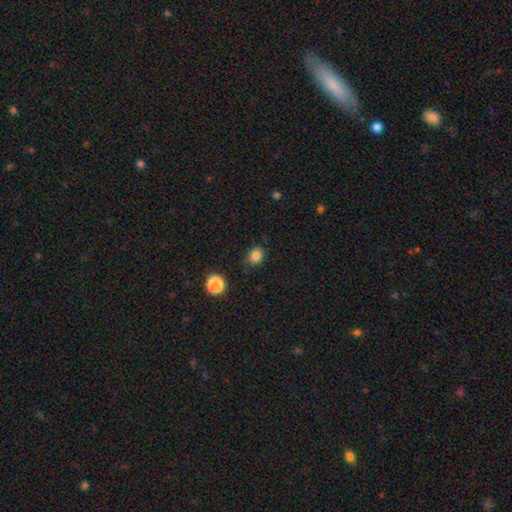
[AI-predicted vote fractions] Overall: smooth (83%). How rounded: round (60%; in between 40%). Merging: none (79%).